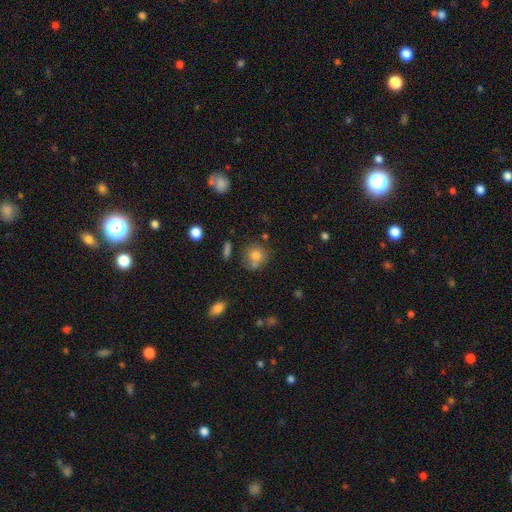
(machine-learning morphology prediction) Smooth or featured? Predicted: smooth (p=0.77). How rounded? Predicted: round (p=0.84). Merging? Predicted: none (p=0.63).